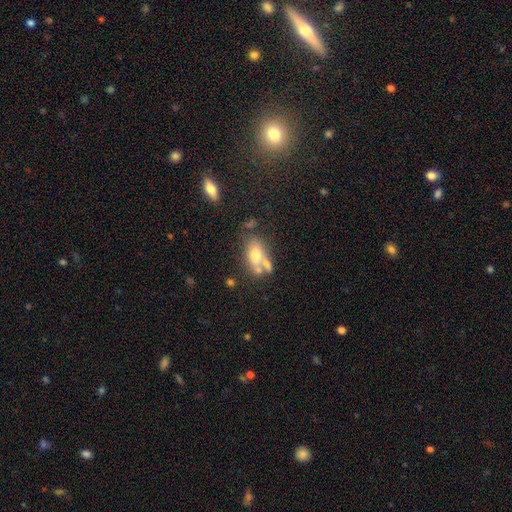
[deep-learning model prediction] A smooth galaxy with no disk features (66%) that is in between round and cigar-shaped (83%). Merging: none (47%).